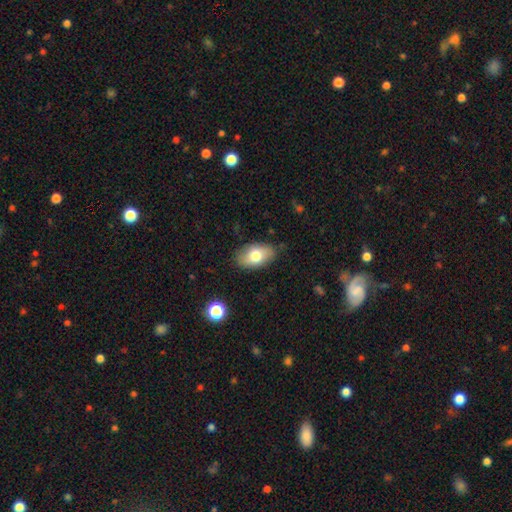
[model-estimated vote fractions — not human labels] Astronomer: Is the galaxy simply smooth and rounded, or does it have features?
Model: smooth — 75%.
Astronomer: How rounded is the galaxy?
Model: in between — 91%.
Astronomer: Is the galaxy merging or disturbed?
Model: none — 81%.